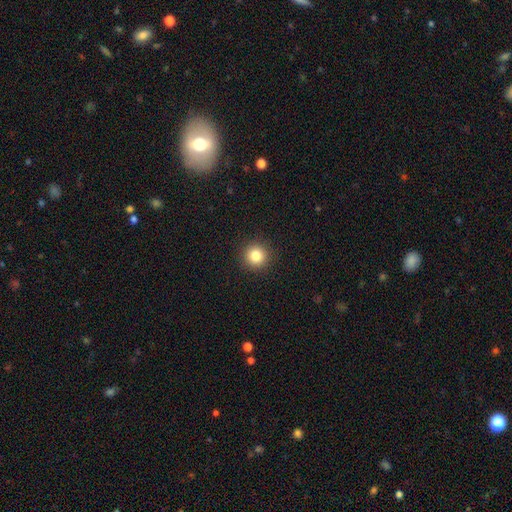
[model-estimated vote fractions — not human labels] Smooth or featured? Predicted: smooth (p=0.83). How rounded? Predicted: round (p=0.95). Merging? Predicted: none (p=0.93).